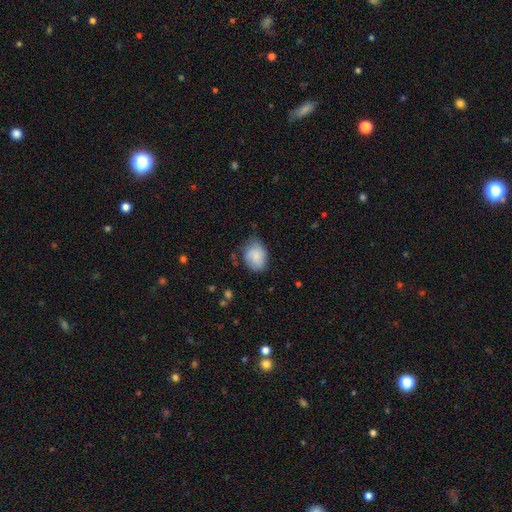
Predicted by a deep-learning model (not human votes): Smooth or featured: smooth — 78% (featured or disk — 15%)
How rounded: in between — 64% (round — 35%)
Merging: none — 59% (minor disturbance — 32%)